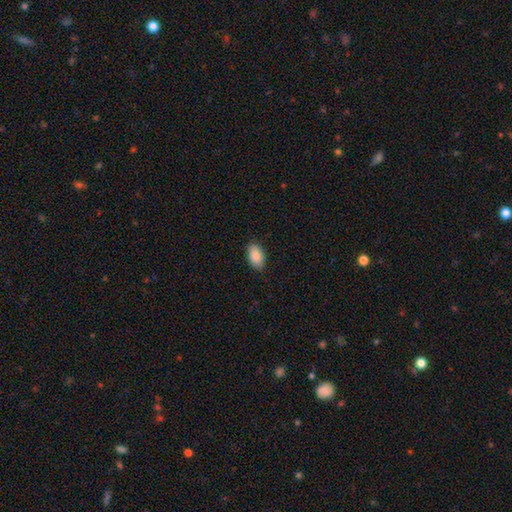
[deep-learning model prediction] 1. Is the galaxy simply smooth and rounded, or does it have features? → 90% smooth, 6% star or artifact, 4% featured or disk.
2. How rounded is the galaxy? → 94% in between, 4% round, 2% cigar-shaped.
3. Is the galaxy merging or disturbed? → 87% none, 10% minor disturbance, 2% major disturbance, 1% merger.